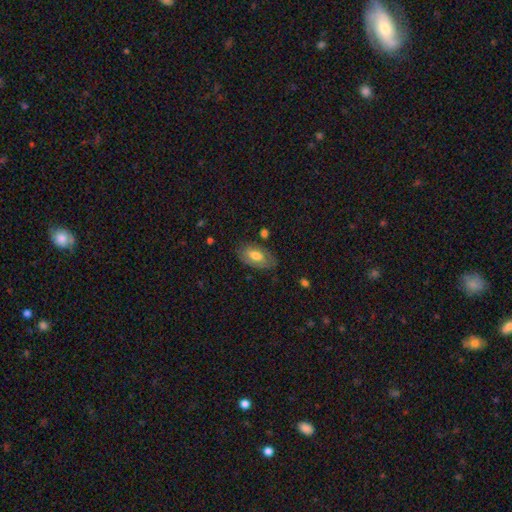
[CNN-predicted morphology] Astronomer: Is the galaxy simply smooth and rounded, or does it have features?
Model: smooth — 58% (runner-up: featured or disk, 35%).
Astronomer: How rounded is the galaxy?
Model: in between — 92%.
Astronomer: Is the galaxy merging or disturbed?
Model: none — 72%.